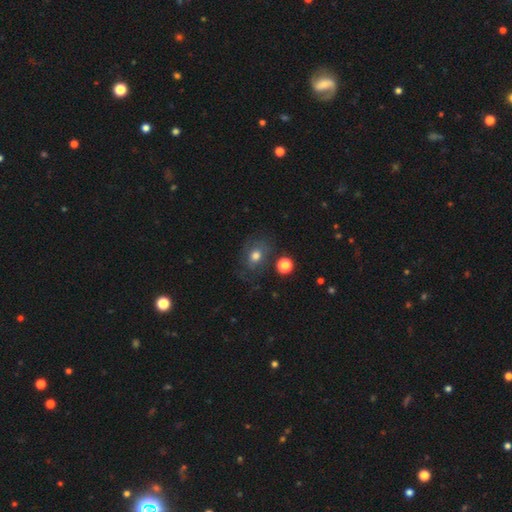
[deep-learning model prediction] This is likely a smooth galaxy (69%). How rounded: possibly in between (57%). Merging: likely none (64%).